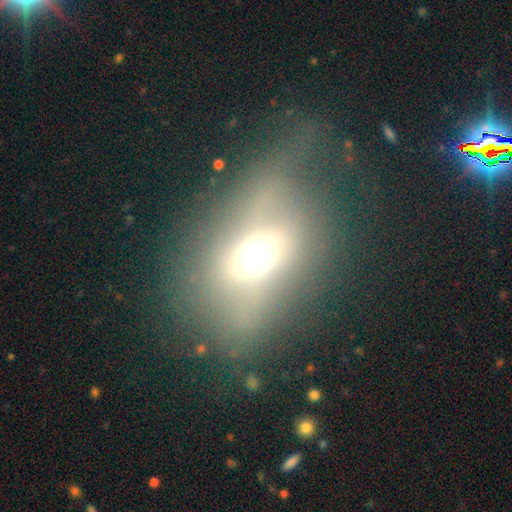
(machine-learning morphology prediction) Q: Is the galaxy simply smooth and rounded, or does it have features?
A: smooth — 55%.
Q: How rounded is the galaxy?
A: in between — 68%.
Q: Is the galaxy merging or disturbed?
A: none — 63%.